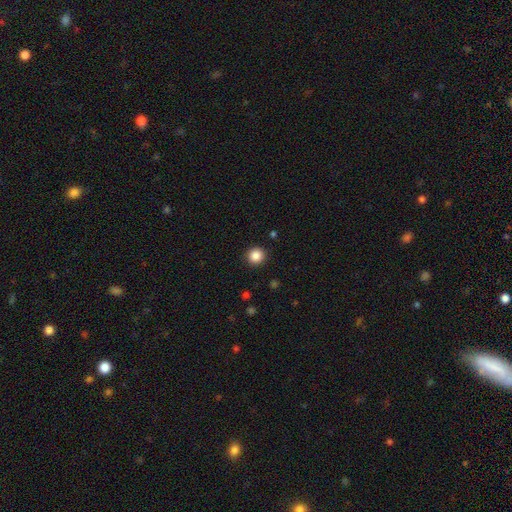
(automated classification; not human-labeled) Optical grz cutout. It shows a smooth galaxy with no disk features (87%) that is round (93%). Merging: none (92%).